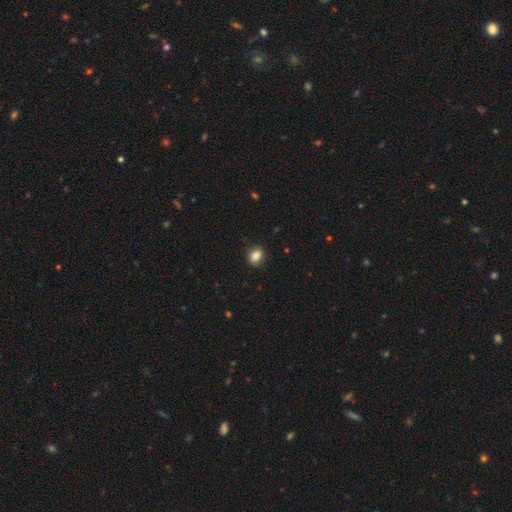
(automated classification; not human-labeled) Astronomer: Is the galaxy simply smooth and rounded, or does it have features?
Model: smooth — 84%.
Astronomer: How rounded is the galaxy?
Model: in between — 62%.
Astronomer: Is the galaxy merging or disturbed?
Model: none — 86%.